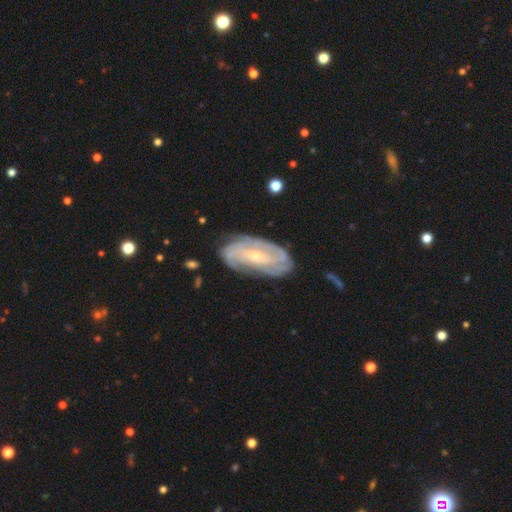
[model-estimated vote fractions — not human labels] This is clearly a featured or disk galaxy (80%). It is clearly not viewed edge-on (93%). Bar: marginally no (44%). Spiral arm pattern: clearly yes (90%). Spiral arm count: marginally can't tell (40%). Spiral winding: likely tight (65%). Central bulge: likely small (71%). Merging: likely none (75%).